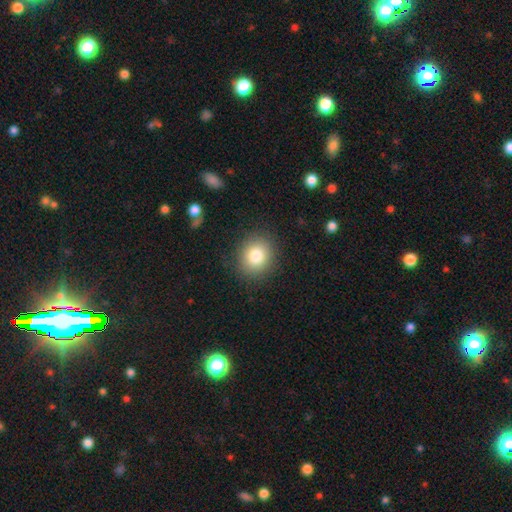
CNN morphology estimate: smooth 81%, star or artifact 10%, featured or disk 8%. Down the decision tree: how rounded — round (77%); merging — none (88%).